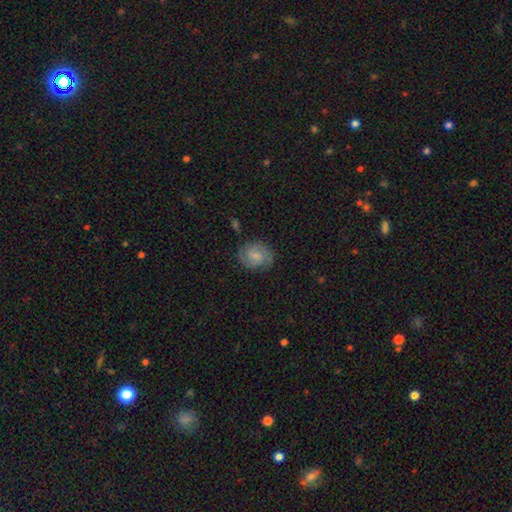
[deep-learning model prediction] Smooth or featured: featured or disk — 58% (smooth — 34%)
Edge-on disk: no — 98% (yes — 2%)
Bar: weak — 53% (no — 36%)
Spiral arms: yes — 92% (no — 8%)
Spiral winding: medium — 45% (tight — 41%)
Spiral arm count: 2 — 77% (can't tell — 12%)
Bulge size: small — 45% (moderate — 30%)
Merging: none — 78% (minor disturbance — 16%)